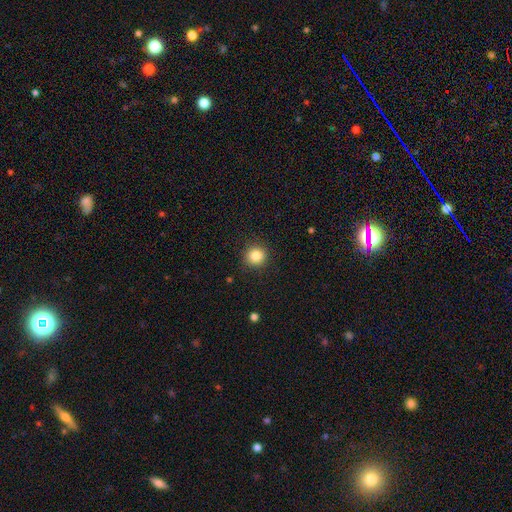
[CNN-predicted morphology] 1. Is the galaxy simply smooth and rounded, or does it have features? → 84% smooth, 11% star or artifact, 5% featured or disk.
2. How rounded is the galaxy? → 92% round, 7% in between, 1% cigar-shaped.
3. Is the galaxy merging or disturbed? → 91% none, 6% minor disturbance, 2% major disturbance, 1% merger.